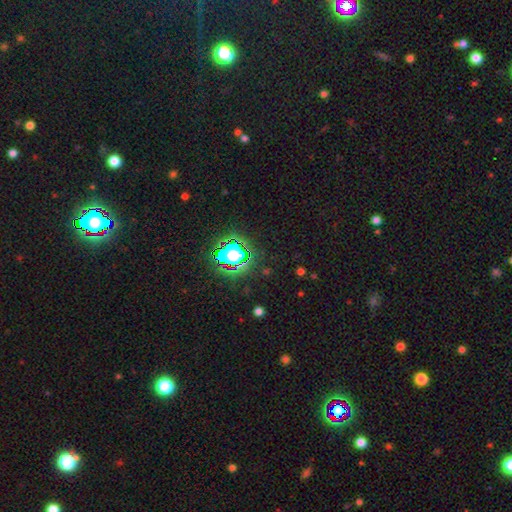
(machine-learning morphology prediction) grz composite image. It shows a star or artifact, not a galaxy (82%).